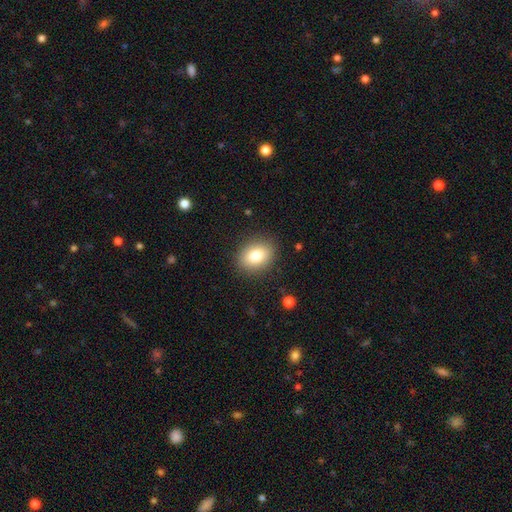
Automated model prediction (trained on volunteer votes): Smooth or featured?
  - smooth: 81% *
  - featured or disk: 10%
  - star or artifact: 9%
How rounded?
  - in between: 62% *
  - round: 37%
  - cigar-shaped: 1%
Merging?
  - none: 88% *
  - minor disturbance: 9%
  - major disturbance: 3%
  - merger: 1%